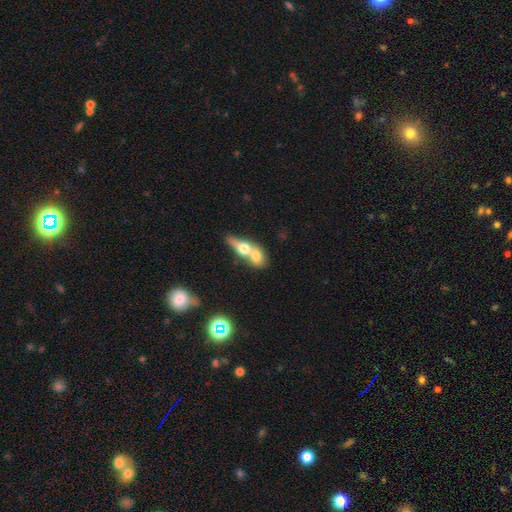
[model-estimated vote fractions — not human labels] smooth_or_featured: smooth (p=0.59) [alt: featured or disk p=0.33]
how_rounded: in between (p=0.56) [alt: round p=0.26]
merging: merger (p=0.76) [alt: none p=0.15]